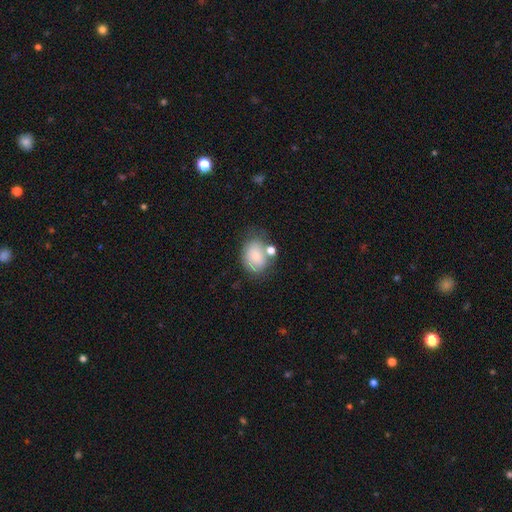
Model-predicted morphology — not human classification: type=smooth (67%); roundness=in between (63%); merging=none (44%).